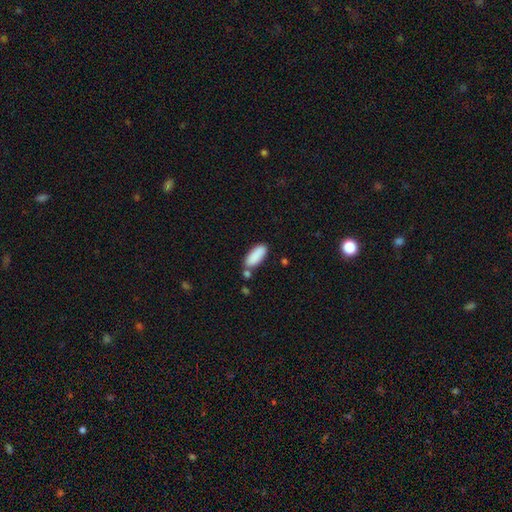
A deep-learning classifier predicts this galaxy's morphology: A smooth galaxy with no disk features (88%) that is in between round and cigar-shaped (77%).

Vote fractions:
- Smooth or featured? smooth: 88% / star or artifact: 6% / featured or disk: 5%
- How rounded? in between: 77% / cigar-shaped: 22% / round: 2%
- Merging? none: 70% / minor disturbance: 14% / merger: 13% / major disturbance: 3%